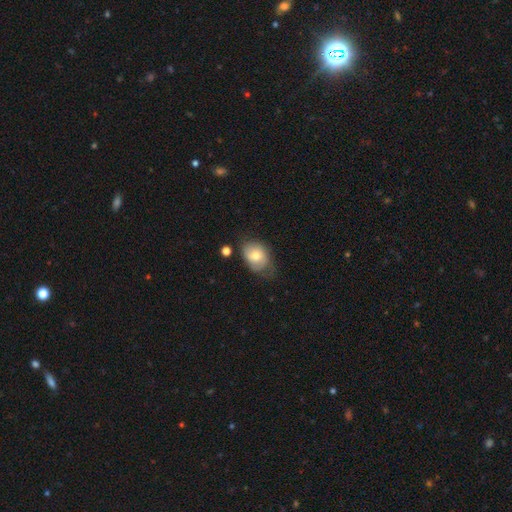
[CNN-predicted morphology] Smooth or featured: smooth — 62% (featured or disk — 29%)
How rounded: in between — 64% (round — 35%)
Merging: none — 54% (minor disturbance — 32%)